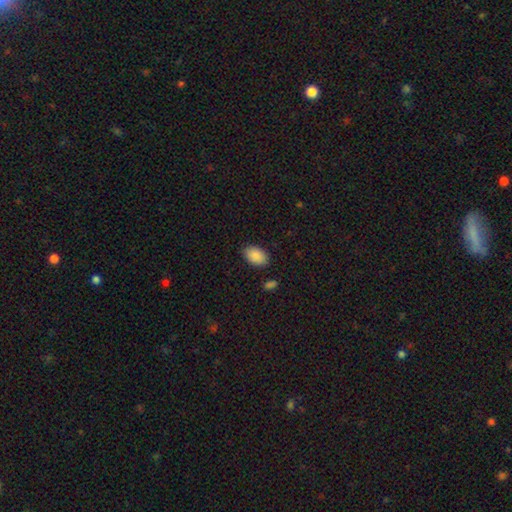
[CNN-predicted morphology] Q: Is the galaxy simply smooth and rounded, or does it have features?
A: smooth — 89%.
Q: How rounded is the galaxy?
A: in between — 90%.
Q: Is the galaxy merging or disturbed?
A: none — 85%.